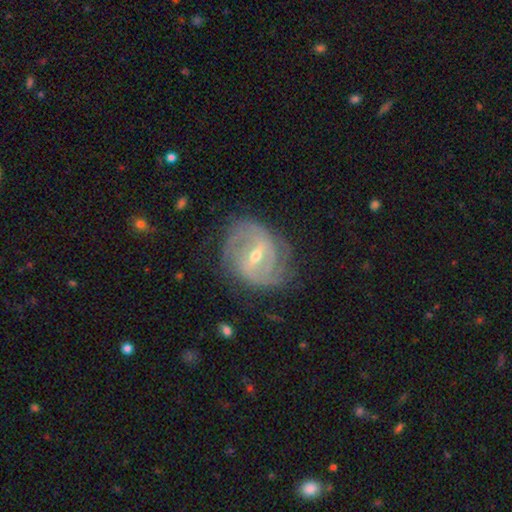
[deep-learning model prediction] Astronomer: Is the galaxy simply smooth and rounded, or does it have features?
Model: featured or disk — 87%.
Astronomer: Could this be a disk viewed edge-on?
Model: no — 96%.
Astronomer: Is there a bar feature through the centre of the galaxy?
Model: weak — 44%, tied with strong at 44%.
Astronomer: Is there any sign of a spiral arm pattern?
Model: yes — 93%.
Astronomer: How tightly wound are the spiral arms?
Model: tight — 51% (runner-up: medium, 36%).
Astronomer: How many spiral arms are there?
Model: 2 — 43% (runner-up: can't tell, 25%).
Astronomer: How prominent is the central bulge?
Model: small — 49% (runner-up: moderate, 48%).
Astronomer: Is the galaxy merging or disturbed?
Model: none — 73%.